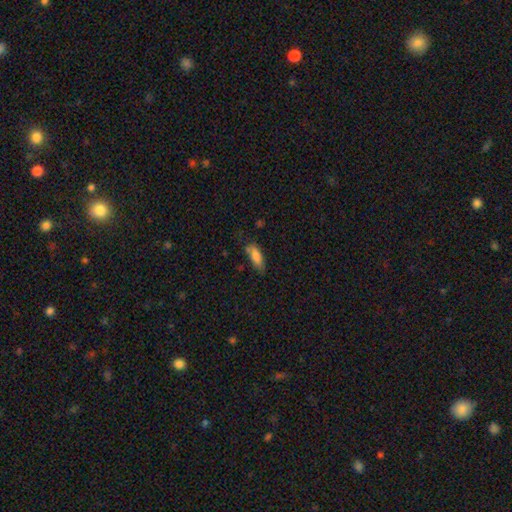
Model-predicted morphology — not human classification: Overall: smooth (82%). How rounded: in between (70%). Merging: none (60%; minor disturbance 28%).